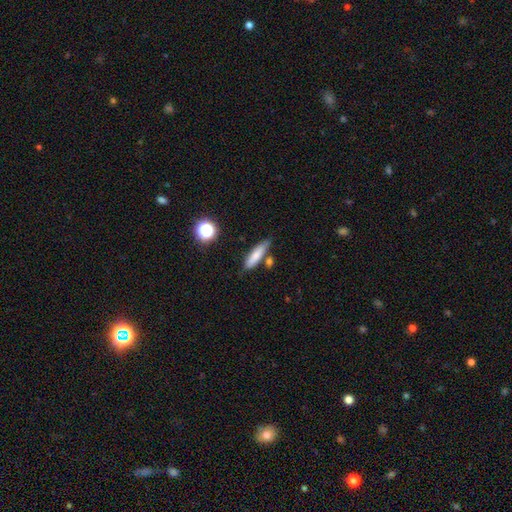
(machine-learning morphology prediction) A smooth galaxy with no disk features (76%) that is cigar-shaped (67%).

Vote fractions:
- Smooth or featured? smooth: 76% / featured or disk: 16% / star or artifact: 8%
- How rounded? cigar-shaped: 67% / in between: 30% / round: 3%
- Merging? none: 71% / minor disturbance: 16% / merger: 10% / major disturbance: 4%